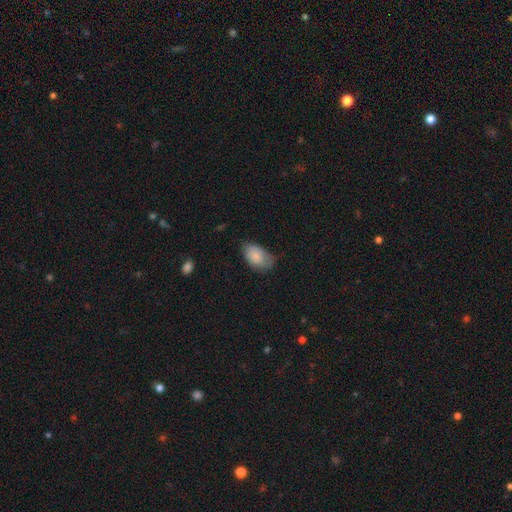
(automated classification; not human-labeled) This appears to be a smooth galaxy with no disk features (82%) that is in between round and cigar-shaped (92%). Merging: none (57%).